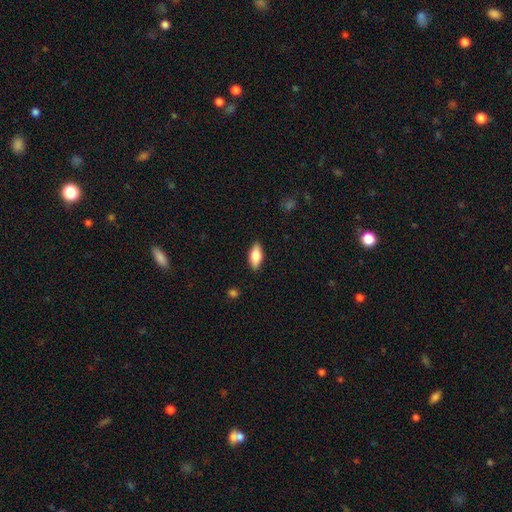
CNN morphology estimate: Smooth or featured? Predicted: smooth (p=0.76). How rounded? Predicted: in between (p=0.85). Merging? Predicted: none (p=0.88).